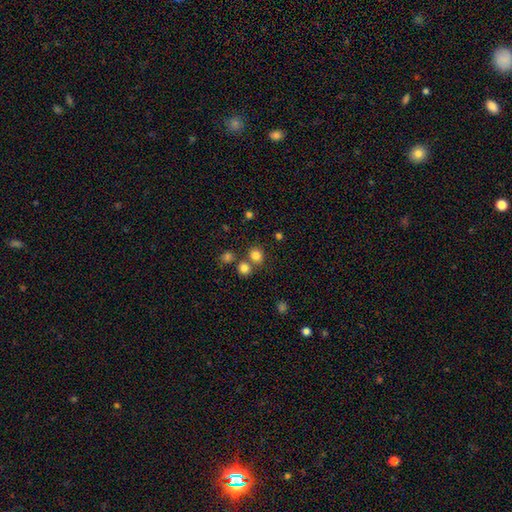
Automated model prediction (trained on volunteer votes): Smooth or featured? smooth (80%)
How rounded? round (83%)
Merging? none (67%)